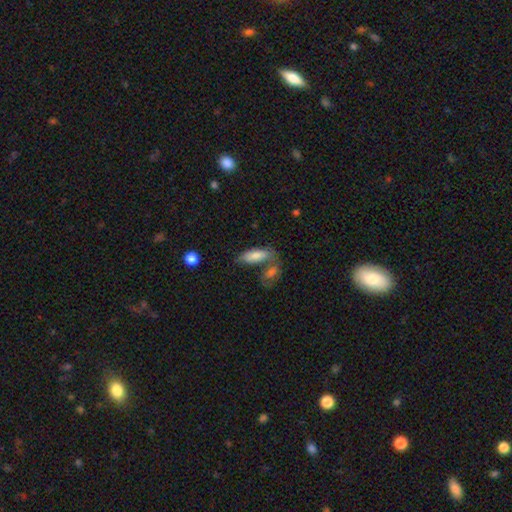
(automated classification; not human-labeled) The model was most divided on "merging": none: 41%, merger: 37%, minor disturbance: 15%, major disturbance: 7%. More confident: smooth or featured — smooth (80%); how rounded — in between (73%).